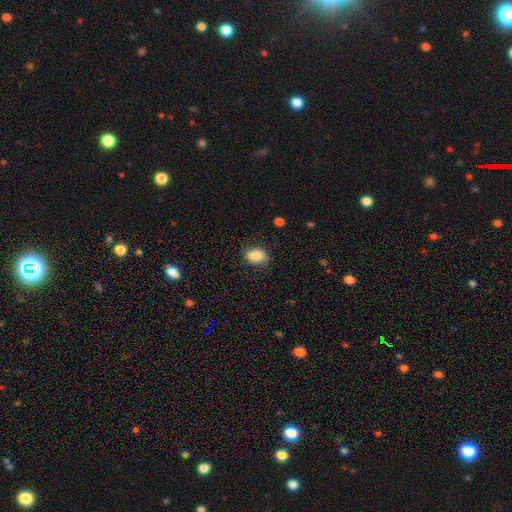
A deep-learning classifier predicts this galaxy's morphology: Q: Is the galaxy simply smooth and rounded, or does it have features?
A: smooth — 82%.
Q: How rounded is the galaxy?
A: in between — 71%.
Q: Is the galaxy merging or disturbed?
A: none — 78%.